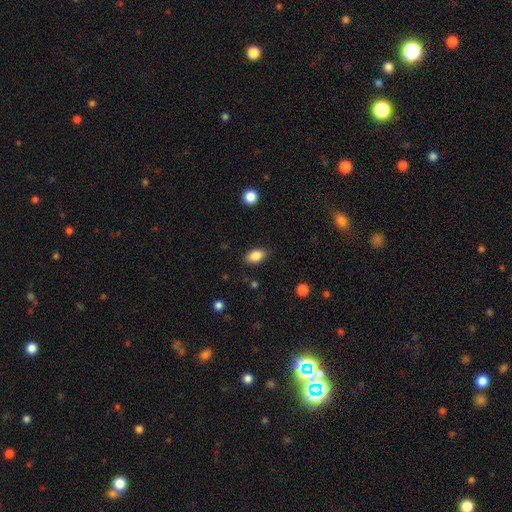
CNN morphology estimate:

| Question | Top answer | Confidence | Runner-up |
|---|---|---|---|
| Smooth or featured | smooth | 86% | star or artifact (8%) |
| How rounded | in between | 90% | round (8%) |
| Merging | none | 86% | minor disturbance (10%) |